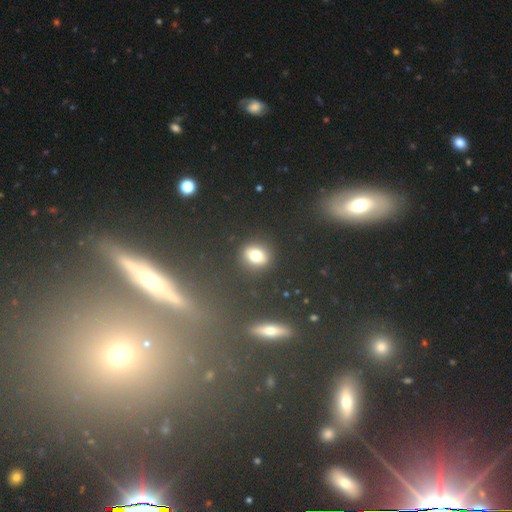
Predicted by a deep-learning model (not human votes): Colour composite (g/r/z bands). It shows a smooth galaxy with no disk features (71%) that is round (54%). Merging: none (86%).